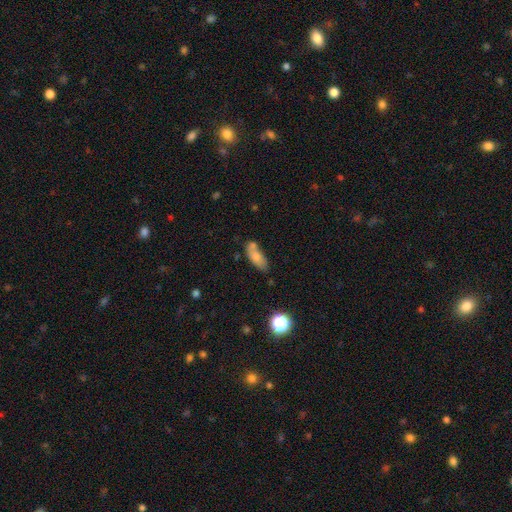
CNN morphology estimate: A smooth galaxy with no disk features (73%) that is in between round and cigar-shaped (74%).

Vote fractions:
- Smooth or featured? smooth: 73% / featured or disk: 17% / star or artifact: 10%
- How rounded? in between: 74% / cigar-shaped: 23% / round: 4%
- Merging? none: 57% / merger: 19% / minor disturbance: 19% / major disturbance: 5%